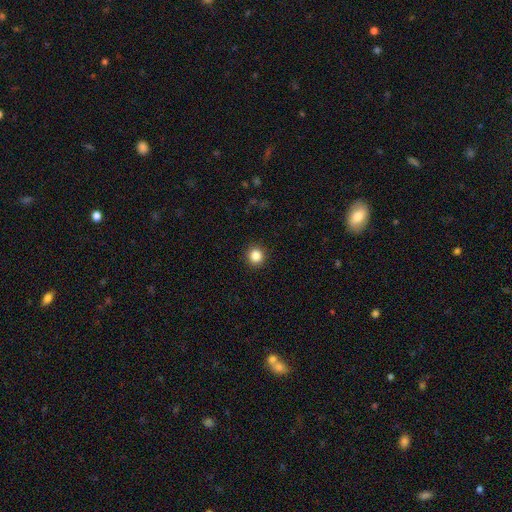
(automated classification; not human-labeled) smooth_or_featured: smooth (p=0.86) [alt: star or artifact p=0.11]
how_rounded: round (p=0.93) [alt: in between p=0.06]
merging: none (p=0.93) [alt: minor disturbance p=0.05]